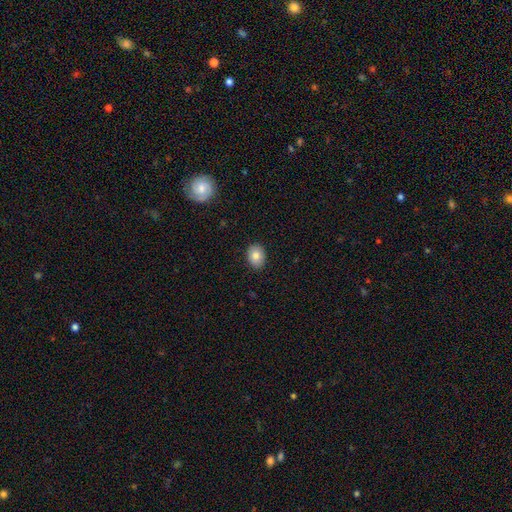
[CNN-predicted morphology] Q: Smooth or featured?
A: smooth (82%); runner-up: featured or disk (10%)
Q: How rounded?
A: in between (63%); runner-up: round (36%)
Q: Merging?
A: none (90%); runner-up: minor disturbance (7%)